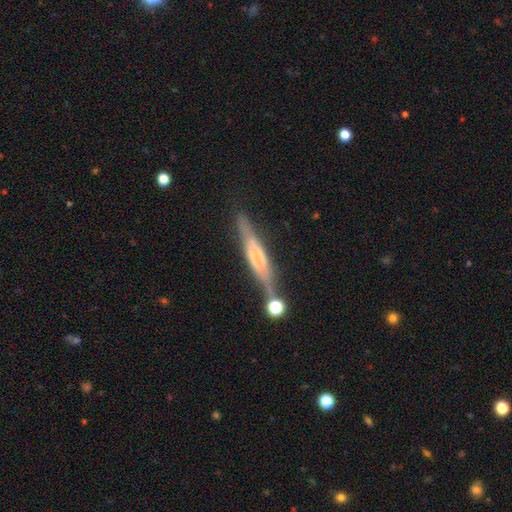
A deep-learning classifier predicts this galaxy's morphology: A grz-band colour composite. It shows a featured or disk galaxy (69%) viewed edge-on (91%) with a boxy central bulge (42%). Merging: none (70%).